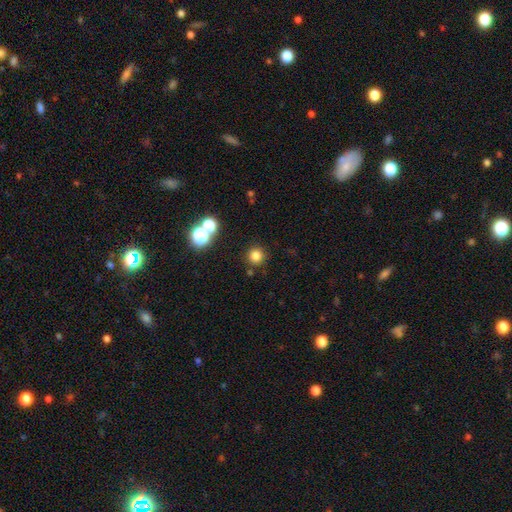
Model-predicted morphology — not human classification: Smooth or featured: smooth — 79% (star or artifact — 16%)
How rounded: round — 94% (in between — 5%)
Merging: none — 86% (minor disturbance — 6%)